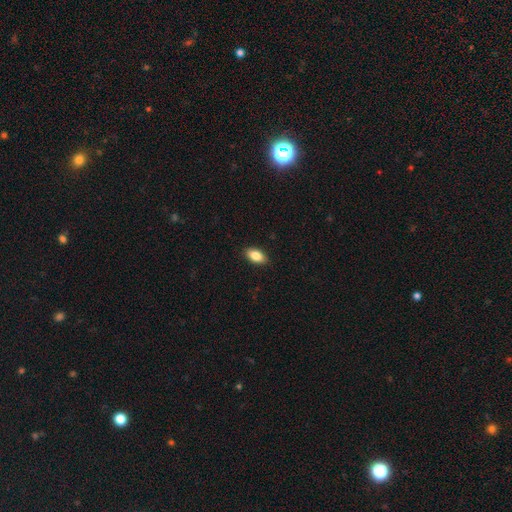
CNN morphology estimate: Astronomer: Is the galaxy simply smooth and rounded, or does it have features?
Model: smooth — 85%.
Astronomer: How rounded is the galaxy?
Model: in between — 91%.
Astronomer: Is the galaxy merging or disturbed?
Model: none — 89%.